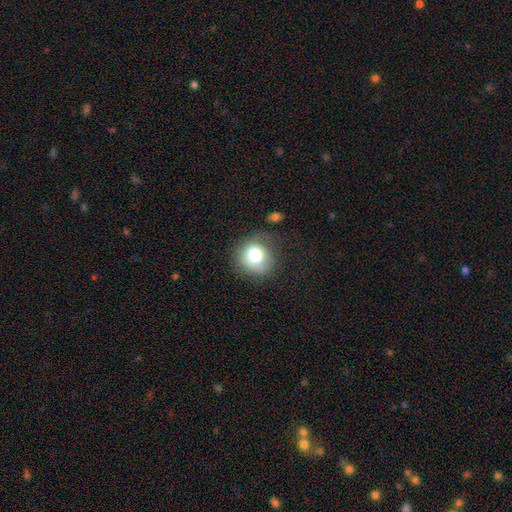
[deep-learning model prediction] Overall: smooth (78%). How rounded: round (78%). Merging: none (61%; minor disturbance 24%).